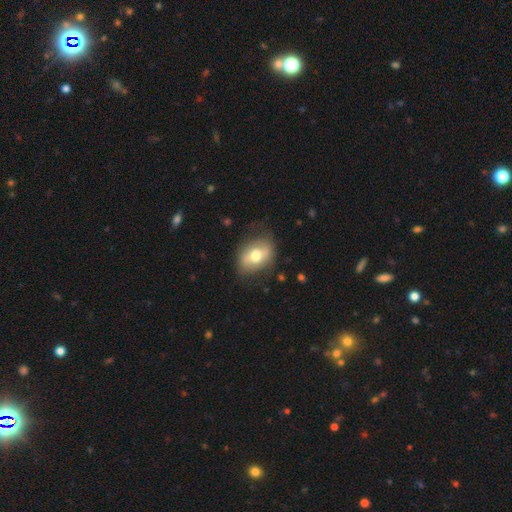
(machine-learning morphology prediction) type=smooth (57%); roundness=in between (73%); merging=none (73%).